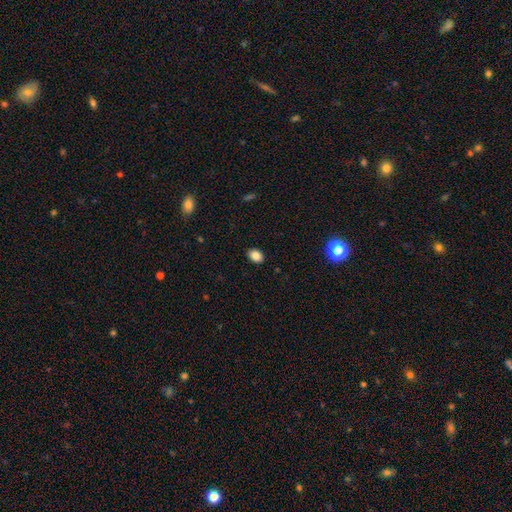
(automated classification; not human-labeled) Smooth or featured?
  - smooth: 86% *
  - star or artifact: 9%
  - featured or disk: 4%
How rounded?
  - in between: 77% *
  - round: 22%
  - cigar-shaped: 1%
Merging?
  - none: 89% *
  - minor disturbance: 8%
  - major disturbance: 2%
  - merger: 1%